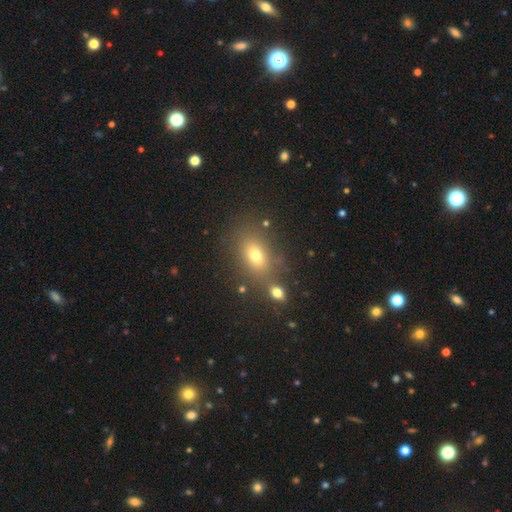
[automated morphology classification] Overall: smooth (70%). How rounded: in between (74%). Merging: none (72%).